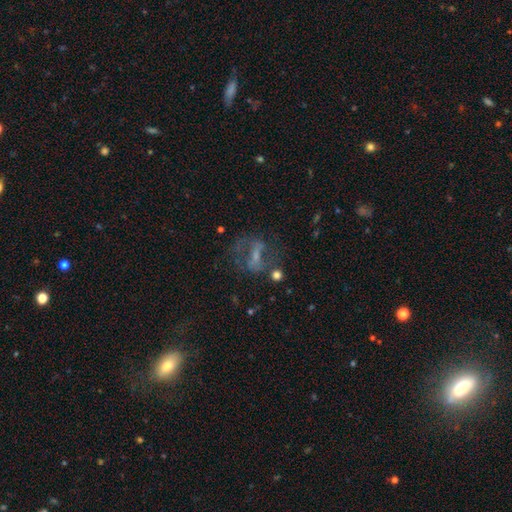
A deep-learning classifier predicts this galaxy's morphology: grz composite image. It shows a featured or disk galaxy (55%) with a strong bar (38%), no spiral arms (54%) and a small central bulge (38%). Merging: none (50%).